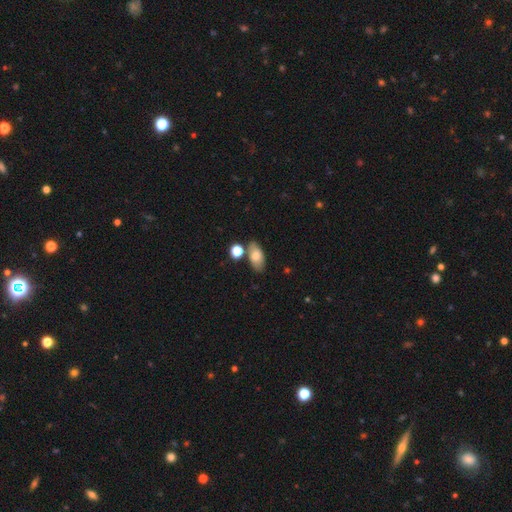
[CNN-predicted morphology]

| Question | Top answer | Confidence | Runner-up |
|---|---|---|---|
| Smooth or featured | smooth | 76% | featured or disk (15%) |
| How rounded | in between | 89% | round (6%) |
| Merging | none | 69% | minor disturbance (14%) |